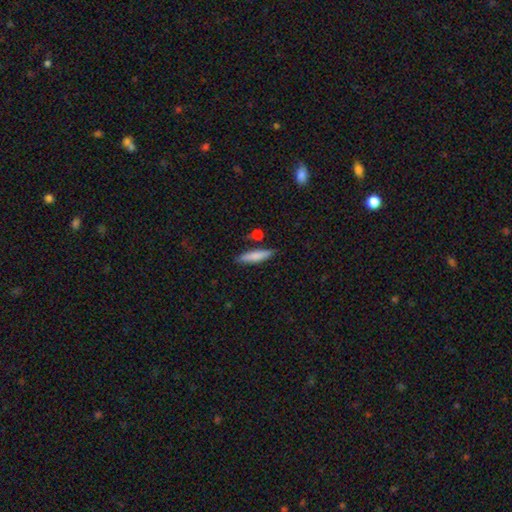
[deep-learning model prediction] smooth_or_featured: smooth (p=0.77) [alt: featured or disk p=0.17]
how_rounded: cigar-shaped (p=0.82) [alt: in between p=0.16]
merging: none (p=0.80) [alt: minor disturbance p=0.12]